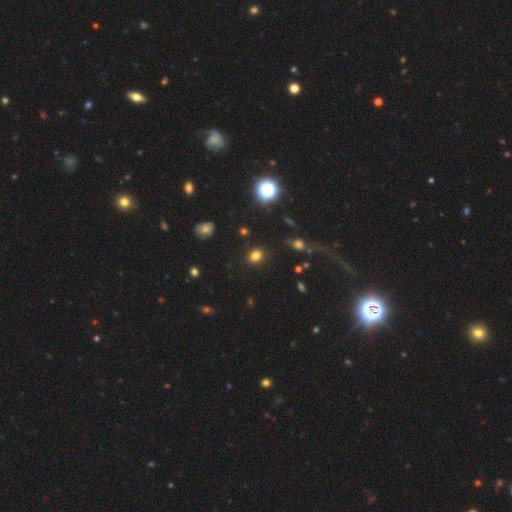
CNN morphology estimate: Smooth or featured? smooth (77%)
How rounded? round (59%)
Merging? none (87%)